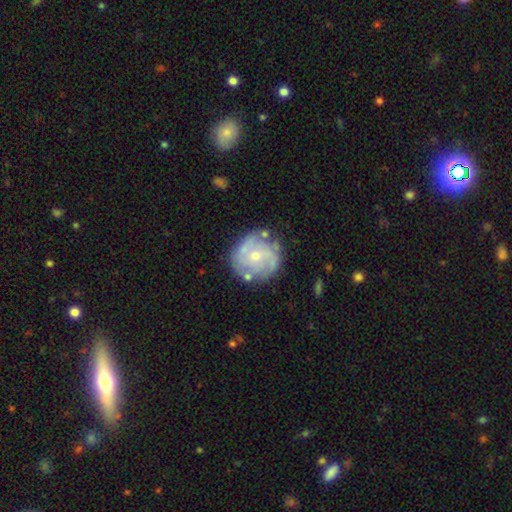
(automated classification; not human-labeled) Smooth or featured? Predicted: featured or disk (p=0.71). Edge-on disk? Predicted: no (p=0.98). Bar? Predicted: no (p=0.70). Spiral arms? Predicted: yes (p=0.80). Spiral winding? Predicted: tight (p=0.50). Spiral arm count? Predicted: can't tell (p=0.34). Bulge size? Predicted: small (p=0.54). Merging? Predicted: none (p=0.70).